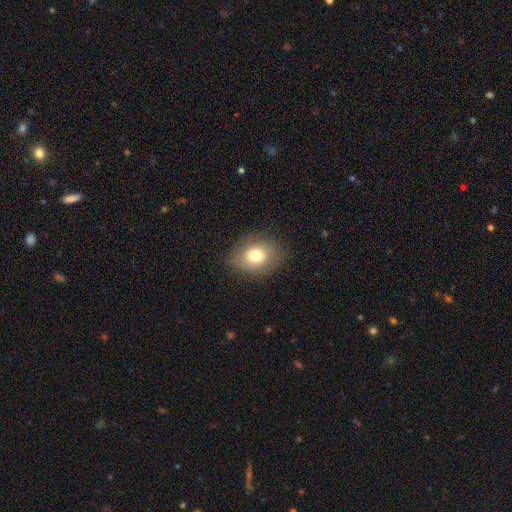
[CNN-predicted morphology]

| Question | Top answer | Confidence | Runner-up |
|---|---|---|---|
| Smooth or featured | smooth | 75% | featured or disk (14%) |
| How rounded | in between | 52% | round (47%) |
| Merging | none | 79% | minor disturbance (16%) |